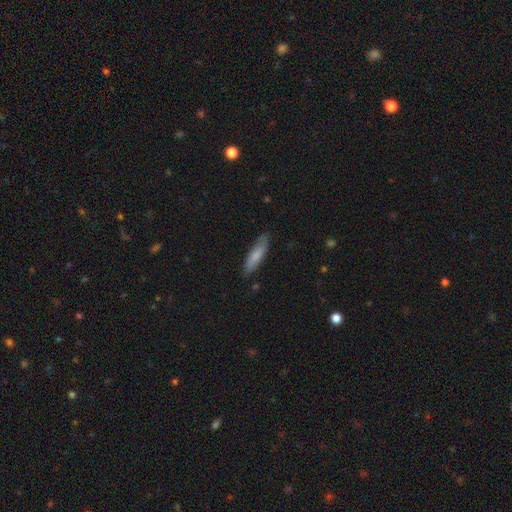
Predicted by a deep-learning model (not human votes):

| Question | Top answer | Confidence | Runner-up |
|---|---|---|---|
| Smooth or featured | smooth | 75% | featured or disk (19%) |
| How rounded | cigar-shaped | 70% | in between (29%) |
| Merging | none | 81% | minor disturbance (15%) |